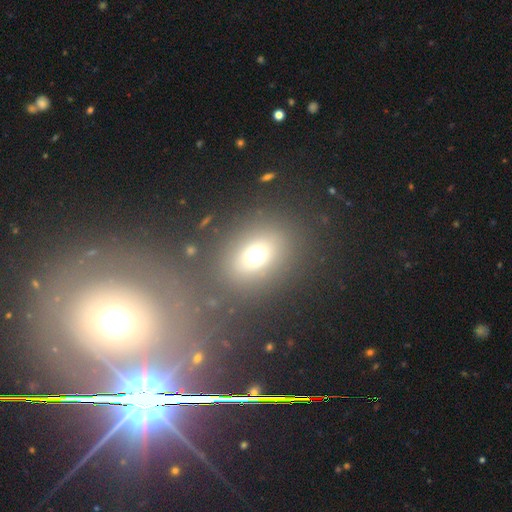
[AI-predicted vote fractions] Smooth or featured: smooth — 67% (star or artifact — 20%)
How rounded: round — 53% (in between — 45%)
Merging: none — 72% (minor disturbance — 10%)